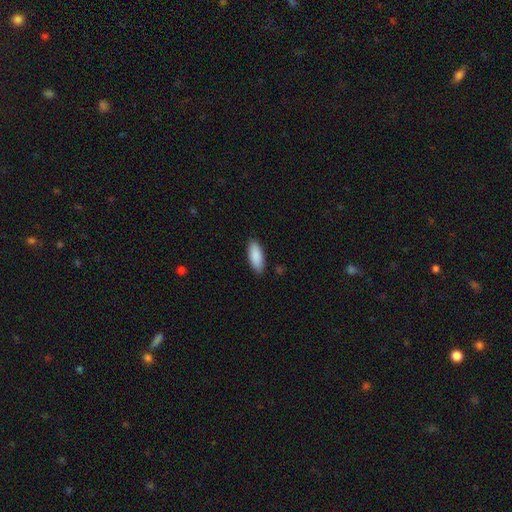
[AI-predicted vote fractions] This is clearly a smooth galaxy (90%). How rounded: likely in between (79%). Merging: clearly none (88%).